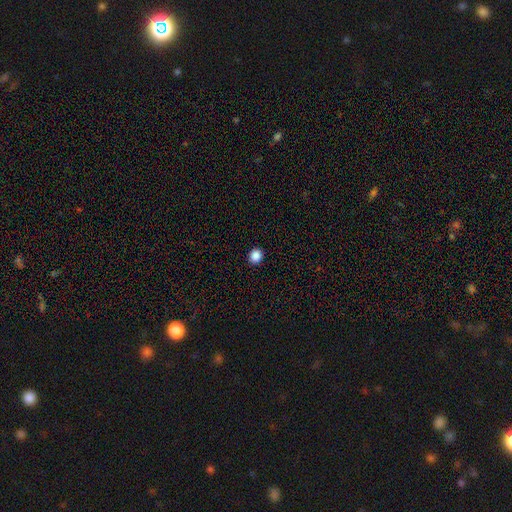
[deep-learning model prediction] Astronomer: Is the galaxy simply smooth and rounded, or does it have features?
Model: smooth — 87%.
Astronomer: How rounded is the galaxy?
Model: round — 82%.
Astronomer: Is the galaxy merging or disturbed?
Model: none — 92%.